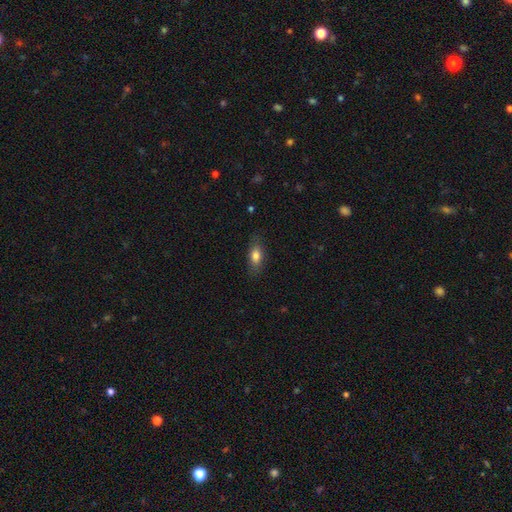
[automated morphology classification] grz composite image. It shows a smooth galaxy with no disk features (79%) that is in between round and cigar-shaped (79%). Merging: none (81%).